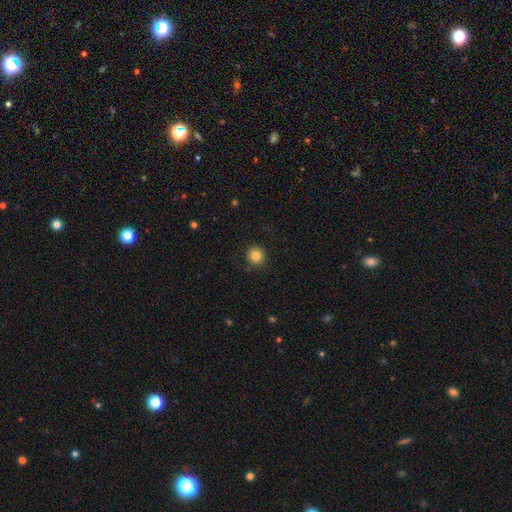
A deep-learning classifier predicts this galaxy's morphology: This is clearly a smooth galaxy (84%). How rounded: clearly round (92%). Merging: clearly none (90%).